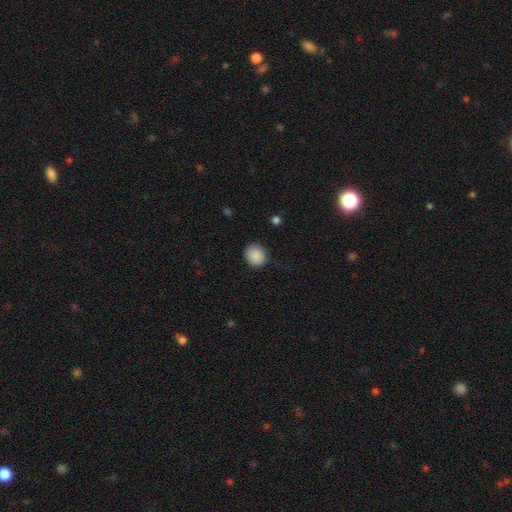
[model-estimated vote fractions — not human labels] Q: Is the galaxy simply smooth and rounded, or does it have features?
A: smooth — 89%.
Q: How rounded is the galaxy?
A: round — 81%.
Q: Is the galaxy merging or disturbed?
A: none — 83%.